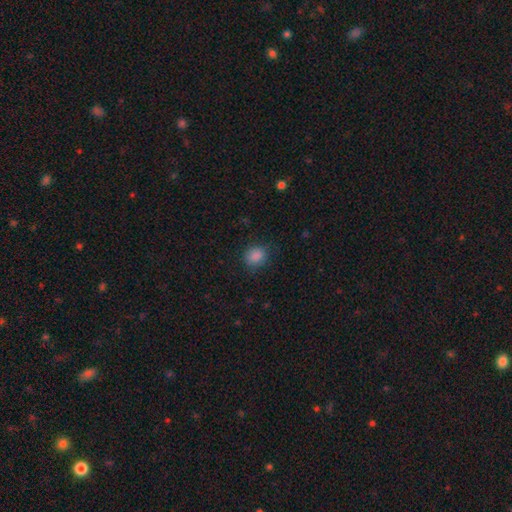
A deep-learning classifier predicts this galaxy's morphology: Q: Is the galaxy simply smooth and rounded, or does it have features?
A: smooth — 85%.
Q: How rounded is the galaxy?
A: round — 70%.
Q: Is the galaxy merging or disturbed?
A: none — 82%.